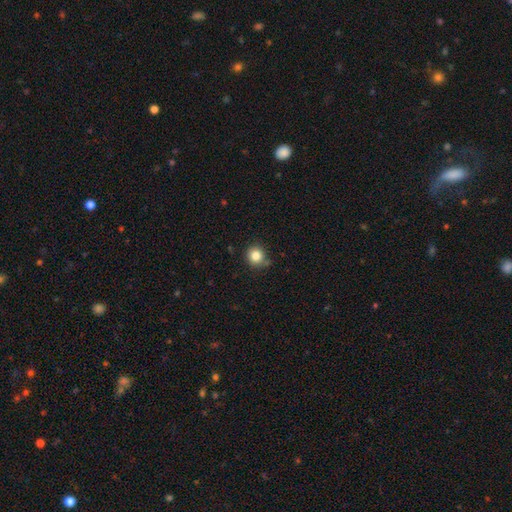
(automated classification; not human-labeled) smooth_or_featured: smooth (p=0.84) [alt: star or artifact p=0.11]
how_rounded: round (p=0.91) [alt: in between p=0.08]
merging: none (p=0.81) [alt: minor disturbance p=0.13]